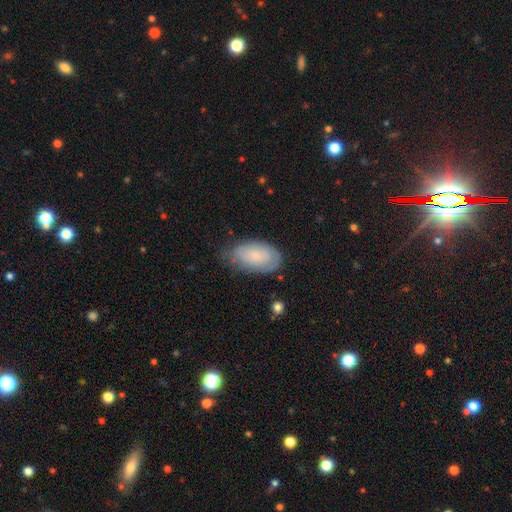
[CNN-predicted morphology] type=smooth (56%); roundness=in between (93%); merging=none (60%).